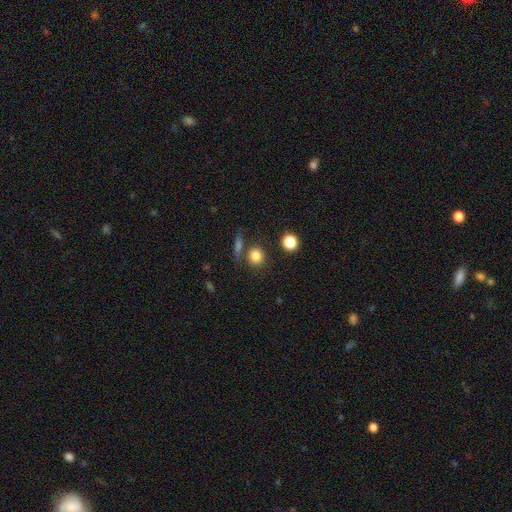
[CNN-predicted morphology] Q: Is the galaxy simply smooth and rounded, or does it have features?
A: smooth — 82%.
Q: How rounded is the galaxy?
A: round — 83%.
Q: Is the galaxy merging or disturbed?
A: none — 74%.